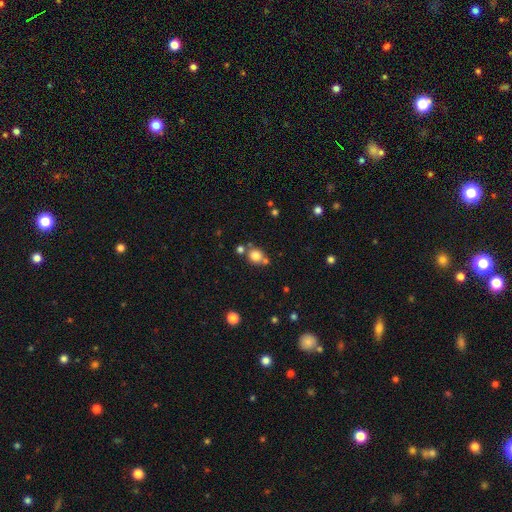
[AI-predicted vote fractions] smooth-or-featured: smooth: 80% | star or artifact: 12% | featured or disk: 7%
  how-rounded: round: 82% | in between: 17% | cigar-shaped: 1%
  merging: none: 64% | merger: 21% | minor disturbance: 11% | major disturbance: 4%